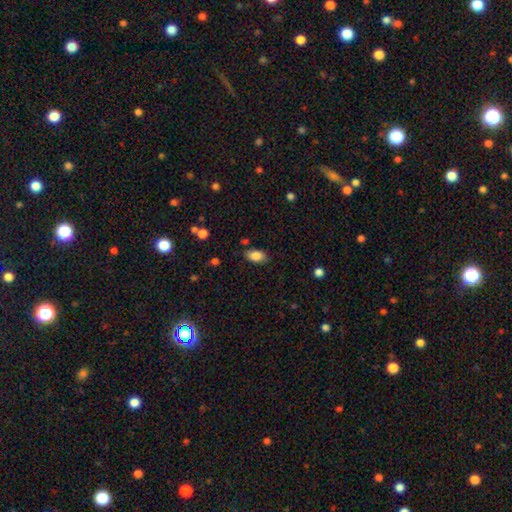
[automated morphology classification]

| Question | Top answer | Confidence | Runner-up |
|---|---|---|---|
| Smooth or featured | smooth | 85% | star or artifact (8%) |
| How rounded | in between | 92% | round (6%) |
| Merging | none | 79% | minor disturbance (14%) |